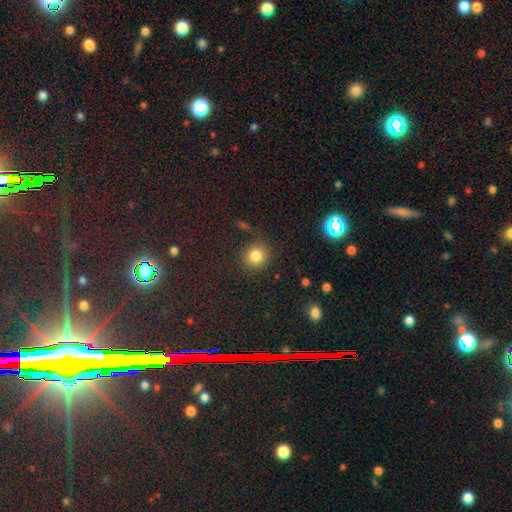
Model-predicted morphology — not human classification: A smooth galaxy with no disk features (81%) that is round (87%). Merging: none (84%).